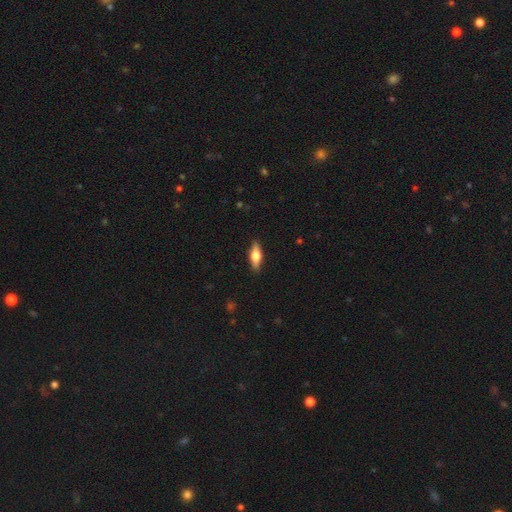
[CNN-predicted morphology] The model was most divided on "smooth or featured": smooth: 52%, featured or disk: 42%, star or artifact: 6%. More confident: merging — none (89%); how rounded — in between (59%).